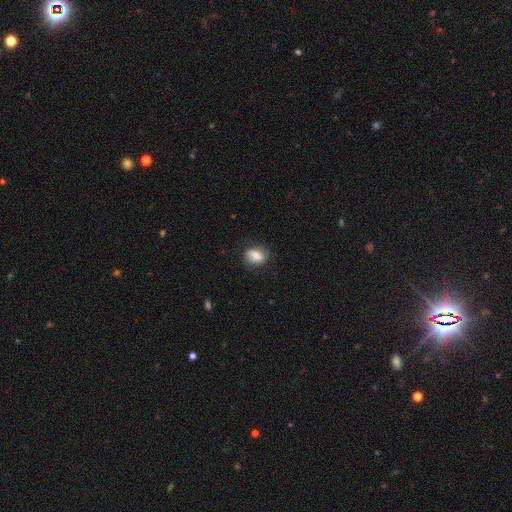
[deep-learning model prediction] Smooth or featured?
  - smooth: 73% *
  - featured or disk: 19%
  - star or artifact: 9%
How rounded?
  - in between: 59% *
  - round: 40%
  - cigar-shaped: 1%
Merging?
  - none: 70% *
  - minor disturbance: 22%
  - major disturbance: 7%
  - merger: 2%